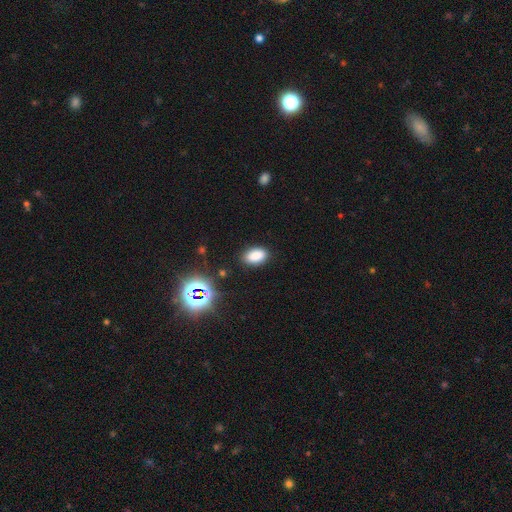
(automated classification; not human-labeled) Q: Smooth or featured?
A: smooth (83%); runner-up: star or artifact (12%)
Q: How rounded?
A: in between (91%); runner-up: round (8%)
Q: Merging?
A: none (85%); runner-up: minor disturbance (11%)